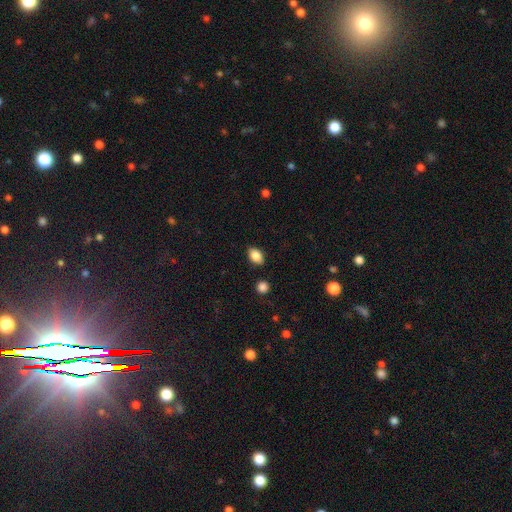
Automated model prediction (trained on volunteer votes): Smooth or featured? smooth (86%)
How rounded? in between (86%)
Merging? none (85%)